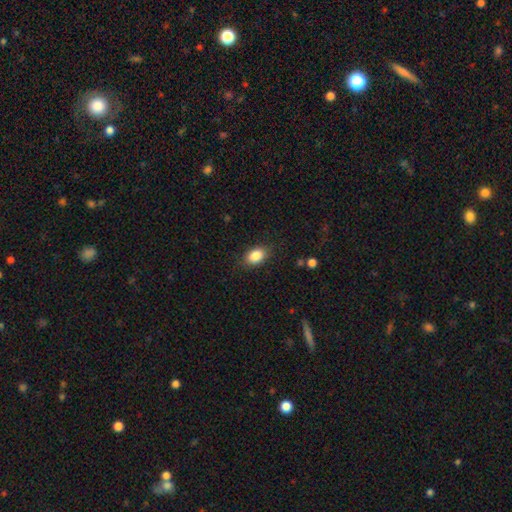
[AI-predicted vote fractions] Q: Smooth or featured?
A: smooth (87%); runner-up: star or artifact (8%)
Q: How rounded?
A: in between (85%); runner-up: round (13%)
Q: Merging?
A: none (85%); runner-up: minor disturbance (11%)